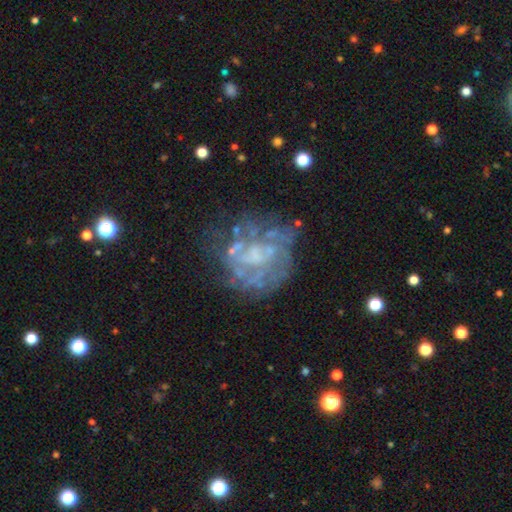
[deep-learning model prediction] This appears to be a featured or disk galaxy (74%) with no bar (77%), no spiral arms (60%) and no central bulge (49%). Merging: none (54%).